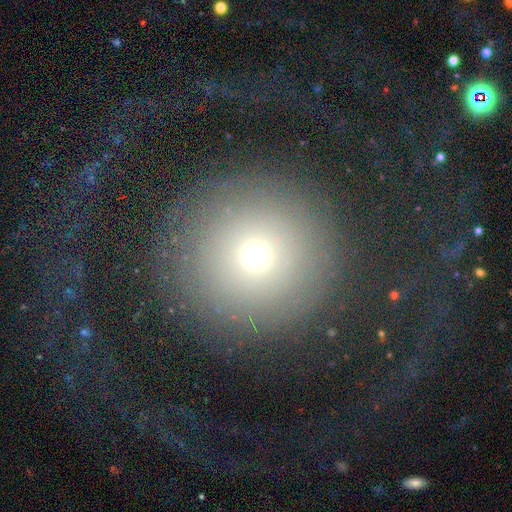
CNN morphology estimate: Smooth or featured? Predicted: smooth (p=0.62). How rounded? Predicted: round (p=0.95). Merging? Predicted: none (p=0.66).